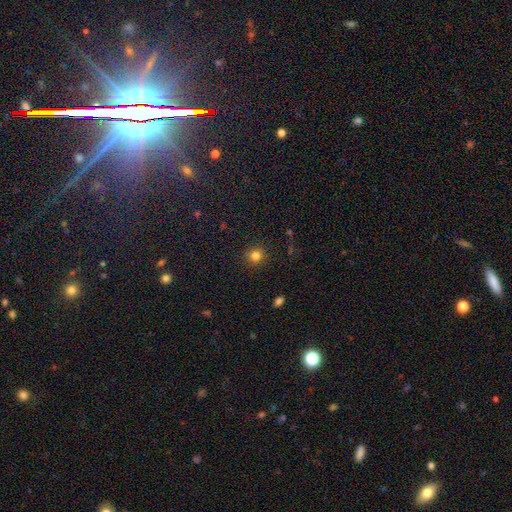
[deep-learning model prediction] This is clearly a smooth galaxy (81%). How rounded: clearly round (89%). Merging: clearly none (88%).